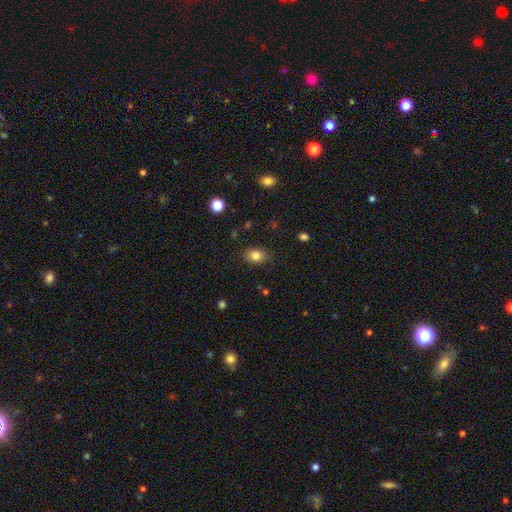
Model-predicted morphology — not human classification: The model was most divided on "how rounded": in between: 70%, round: 29%, cigar-shaped: 1%. More confident: merging — none (83%); smooth or featured — smooth (83%).